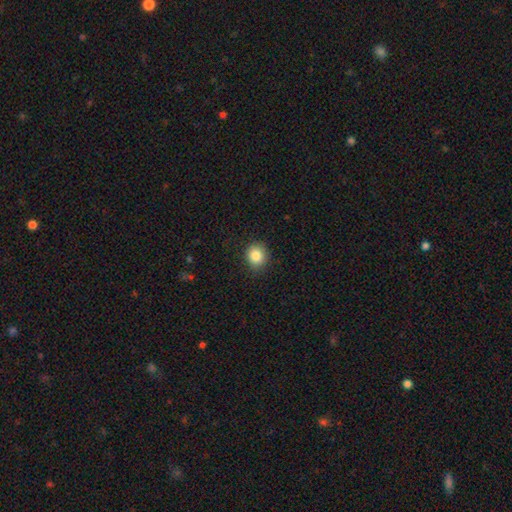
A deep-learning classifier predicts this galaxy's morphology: A smooth galaxy with no disk features (85%) that is round (81%).

Vote fractions:
- Smooth or featured? smooth: 85% / star or artifact: 10% / featured or disk: 5%
- How rounded? round: 81% / in between: 18% / cigar-shaped: 1%
- Merging? none: 88% / minor disturbance: 8% / major disturbance: 2% / merger: 1%